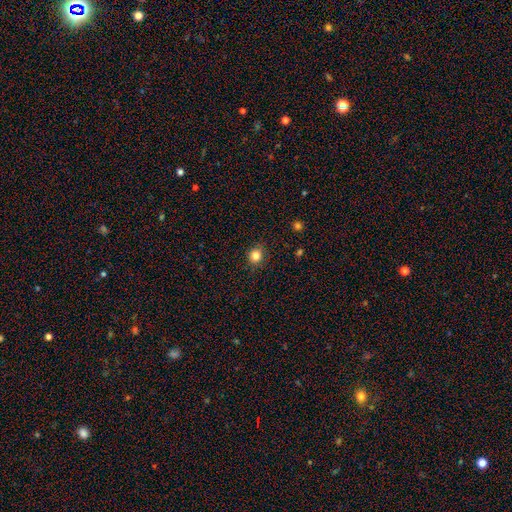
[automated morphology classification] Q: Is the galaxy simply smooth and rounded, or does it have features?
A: smooth — 83%.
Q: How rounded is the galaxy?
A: round — 84%.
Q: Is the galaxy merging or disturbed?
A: none — 88%.